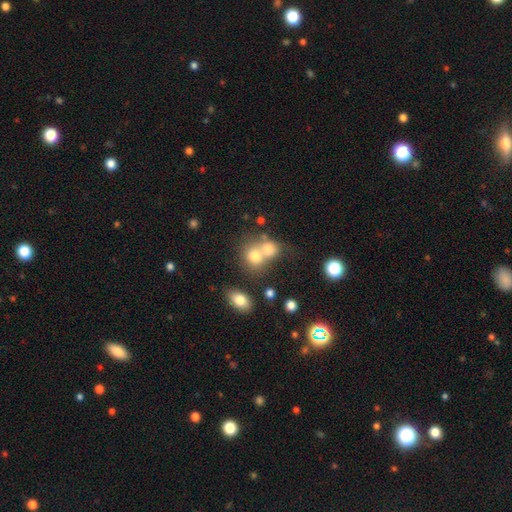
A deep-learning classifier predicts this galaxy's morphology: A smooth galaxy with no disk features (74%) that is round (69%). Merging: merger (58%).